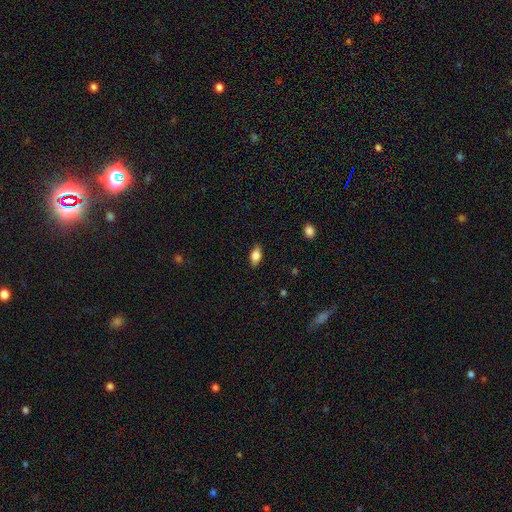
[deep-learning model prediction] This appears to be a smooth galaxy with no disk features (83%) that is in between round and cigar-shaped (88%). Merging: none (88%).